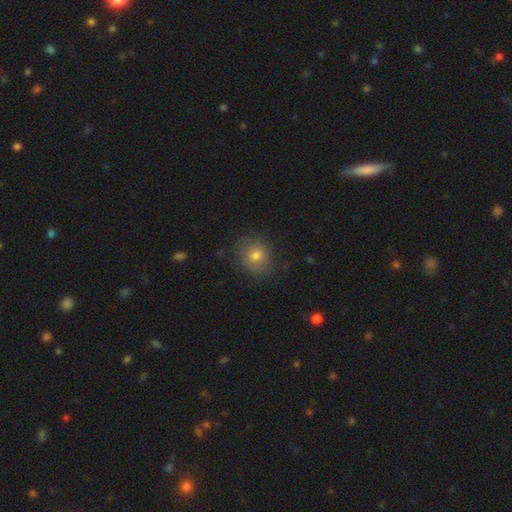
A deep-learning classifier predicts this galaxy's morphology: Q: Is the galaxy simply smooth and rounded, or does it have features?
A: smooth — 77%.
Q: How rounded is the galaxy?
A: round — 70%.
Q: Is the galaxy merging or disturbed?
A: none — 81%.